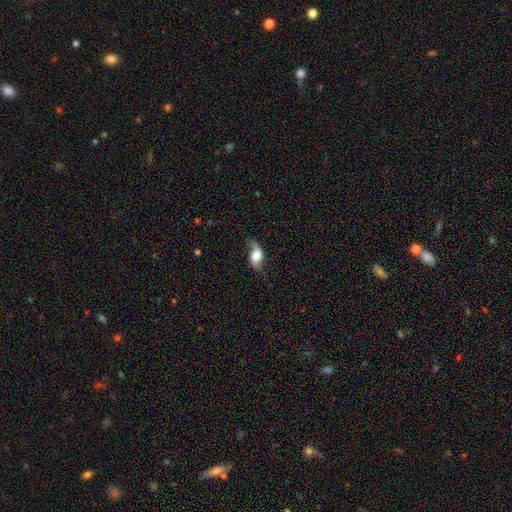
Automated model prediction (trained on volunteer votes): This is possibly a featured or disk galaxy (55%). It is clearly not viewed edge-on (84%). Merging: likely none (61%).